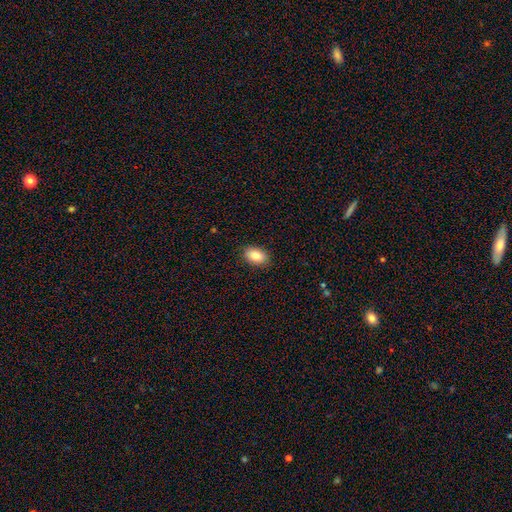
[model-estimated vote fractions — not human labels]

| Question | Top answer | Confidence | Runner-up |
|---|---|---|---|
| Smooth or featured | smooth | 85% | star or artifact (8%) |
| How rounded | in between | 88% | round (11%) |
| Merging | none | 89% | minor disturbance (8%) |